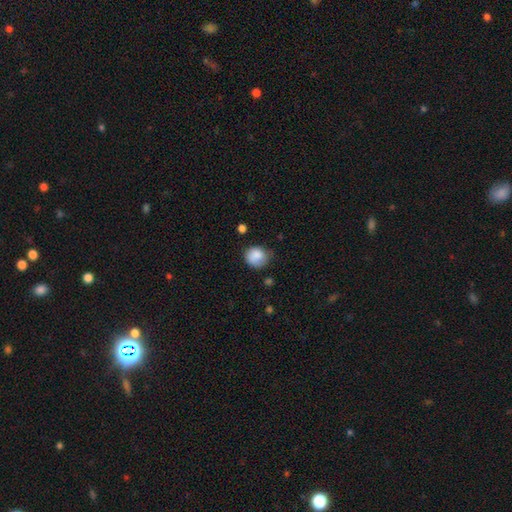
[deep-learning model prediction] Overall: smooth (85%). How rounded: round (78%). Merging: none (59%; minor disturbance 30%).